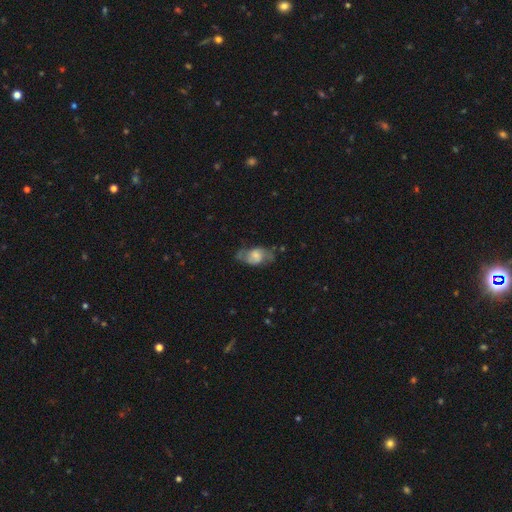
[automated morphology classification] A featured or disk galaxy (49%). Merging: none (54%).